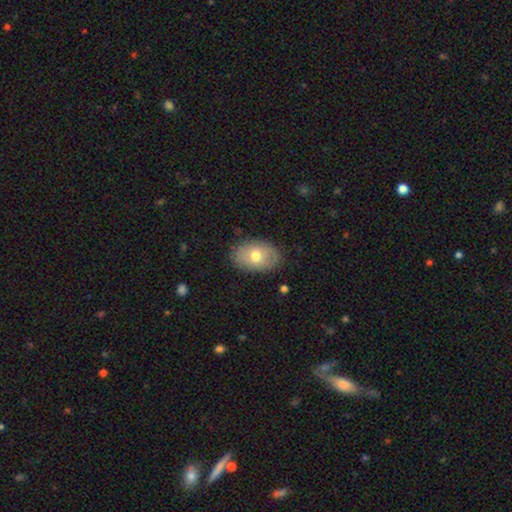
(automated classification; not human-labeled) Smooth or featured? Predicted: smooth (p=0.67). How rounded? Predicted: in between (p=0.85). Merging? Predicted: none (p=0.83).